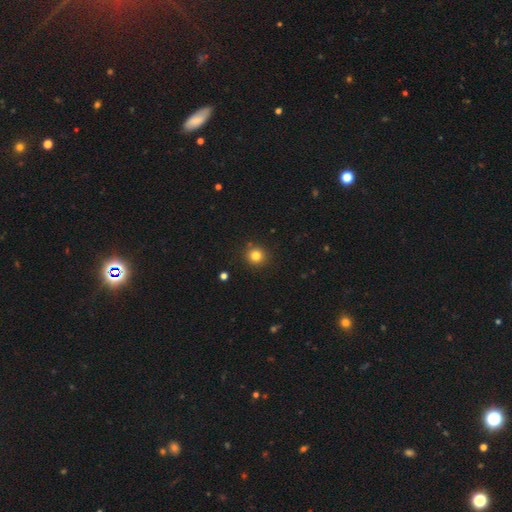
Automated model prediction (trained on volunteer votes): A smooth galaxy with no disk features (81%) that is round (93%). Merging: none (90%).